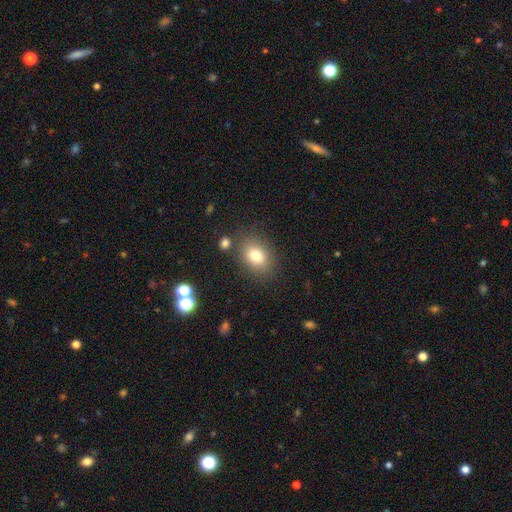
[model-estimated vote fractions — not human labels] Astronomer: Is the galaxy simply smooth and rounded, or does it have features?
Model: smooth — 79%.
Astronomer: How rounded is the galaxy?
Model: in between — 65%.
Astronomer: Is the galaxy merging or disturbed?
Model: none — 80%.